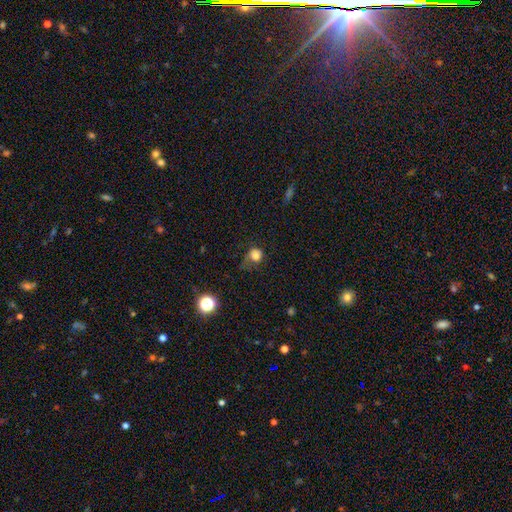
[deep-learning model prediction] A smooth galaxy with no disk features (78%) that is round (80%).

Vote fractions:
- Smooth or featured? smooth: 78% / star or artifact: 13% / featured or disk: 9%
- How rounded? round: 80% / in between: 19% / cigar-shaped: 1%
- Merging? none: 45% / minor disturbance: 28% / major disturbance: 24% / merger: 3%